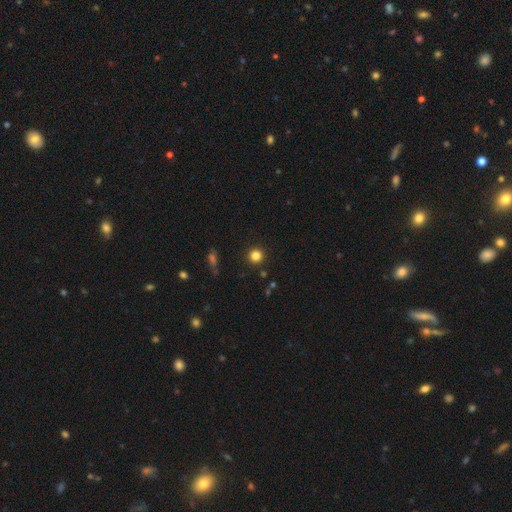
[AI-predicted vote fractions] Smooth or featured?
  - smooth: 83% *
  - star or artifact: 13%
  - featured or disk: 4%
How rounded?
  - round: 95% *
  - in between: 4%
  - cigar-shaped: 1%
Merging?
  - none: 92% *
  - minor disturbance: 5%
  - major disturbance: 2%
  - merger: 1%